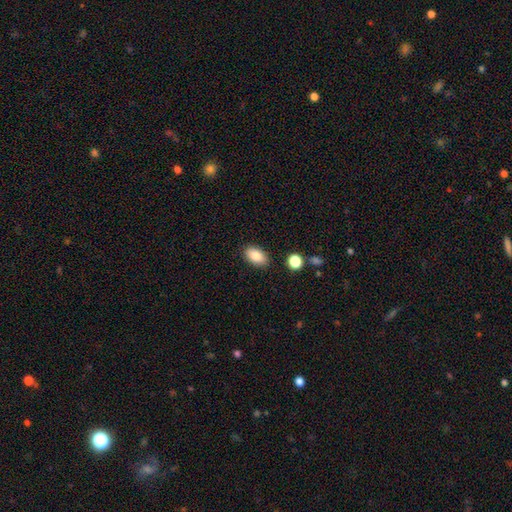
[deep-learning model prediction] smooth_or_featured: smooth (p=0.86) [alt: star or artifact p=0.08]
how_rounded: in between (p=0.92) [alt: round p=0.07]
merging: none (p=0.86) [alt: minor disturbance p=0.09]